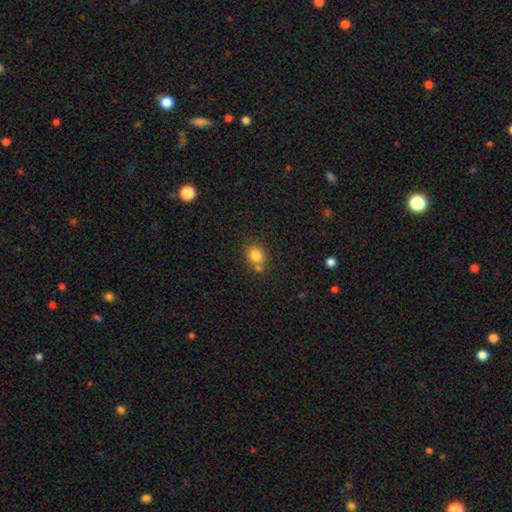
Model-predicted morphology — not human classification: Smooth or featured: smooth — 81% (star or artifact — 11%)
How rounded: round — 76% (in between — 23%)
Merging: none — 60% (merger — 24%)